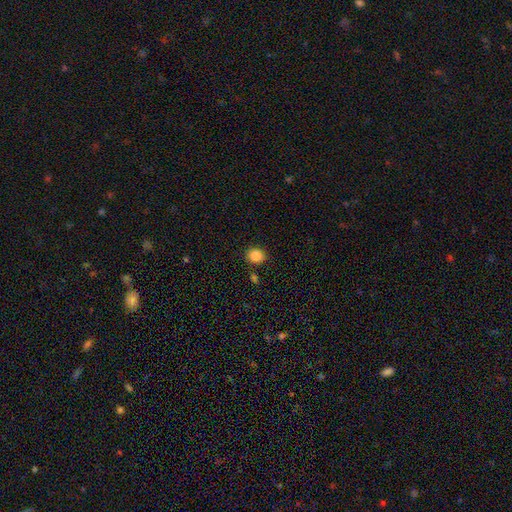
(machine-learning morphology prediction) Smooth or featured? Predicted: smooth (p=0.87). How rounded? Predicted: round (p=0.70). Merging? Predicted: none (p=0.83).